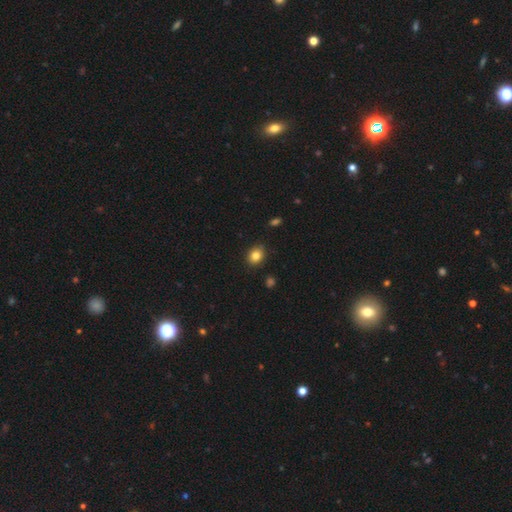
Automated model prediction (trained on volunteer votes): Smooth or featured? smooth (83%)
How rounded? round (58%)
Merging? none (87%)